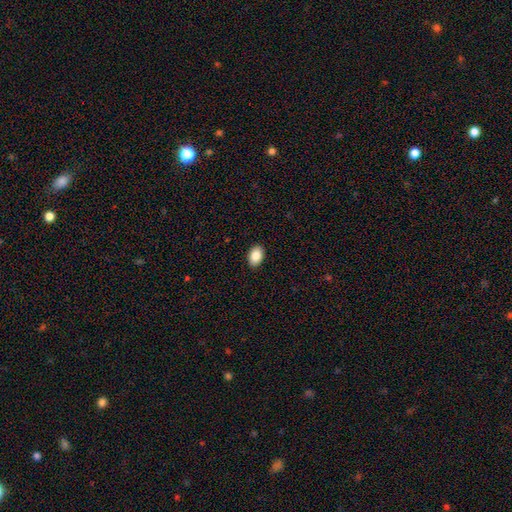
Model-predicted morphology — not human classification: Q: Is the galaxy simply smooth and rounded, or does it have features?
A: smooth — 87%.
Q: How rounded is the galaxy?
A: in between — 89%.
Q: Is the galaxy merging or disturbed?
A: none — 90%.